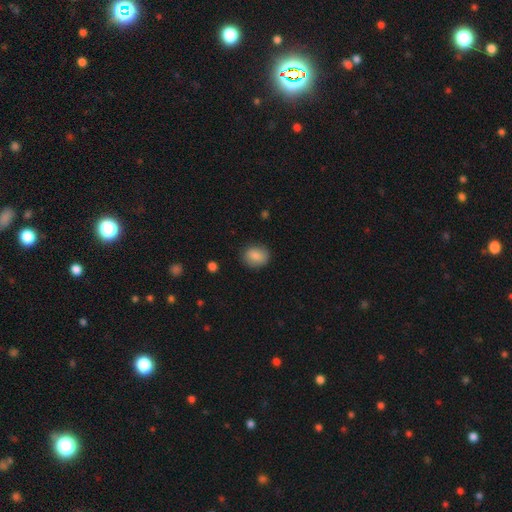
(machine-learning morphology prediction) smooth_or_featured: smooth (p=0.85) [alt: star or artifact p=0.08]
how_rounded: round (p=0.57) [alt: in between p=0.42]
merging: none (p=0.84) [alt: minor disturbance p=0.12]